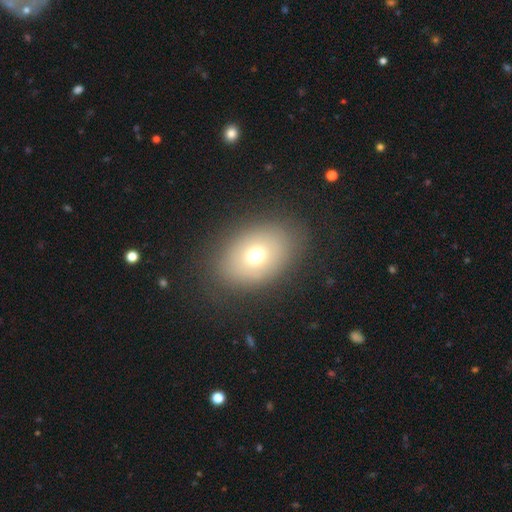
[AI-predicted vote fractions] The model was most divided on "smooth or featured": smooth: 69%, featured or disk: 20%, star or artifact: 12%. More confident: merging — none (83%); how rounded — in between (74%).